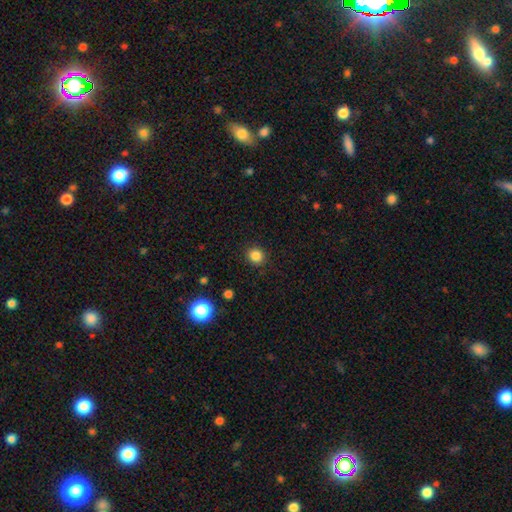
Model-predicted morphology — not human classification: type=smooth (84%); roundness=round (86%); merging=none (90%).